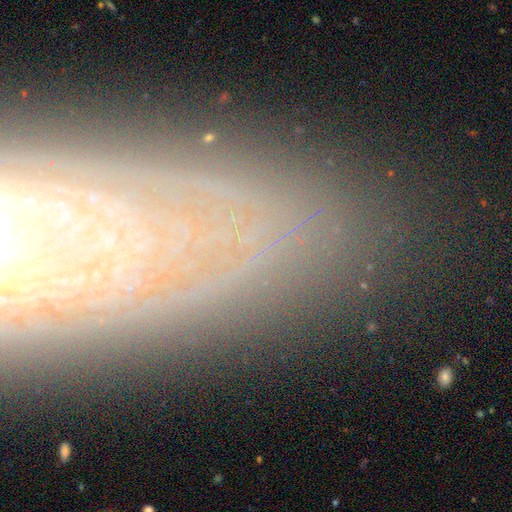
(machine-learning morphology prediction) Smooth or featured? Predicted: featured or disk (p=0.55). Edge-on disk? Predicted: no (p=0.75). Merging? Predicted: none (p=0.81).